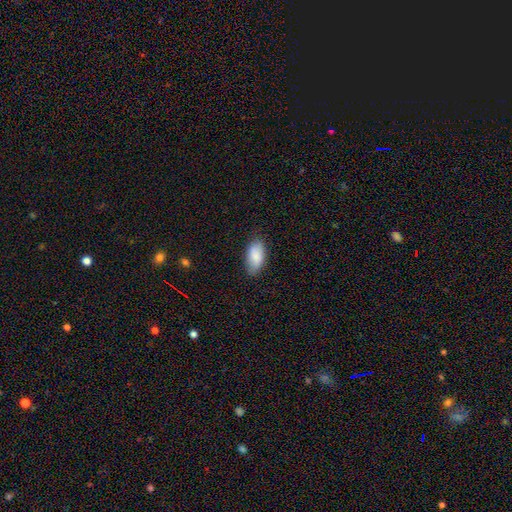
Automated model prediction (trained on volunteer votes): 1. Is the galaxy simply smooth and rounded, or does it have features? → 85% smooth, 8% featured or disk, 6% star or artifact.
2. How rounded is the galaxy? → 93% in between, 5% cigar-shaped, 3% round.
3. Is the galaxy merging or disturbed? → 78% none, 18% minor disturbance, 3% major disturbance, 1% merger.